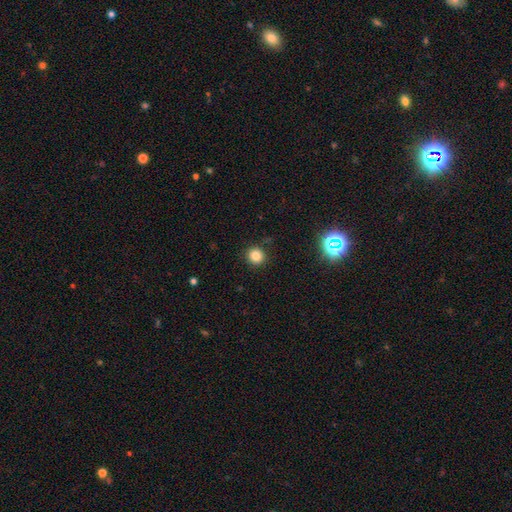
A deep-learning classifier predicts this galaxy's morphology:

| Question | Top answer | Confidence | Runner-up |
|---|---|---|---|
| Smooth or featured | smooth | 82% | star or artifact (13%) |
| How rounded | round | 88% | in between (11%) |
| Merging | none | 90% | minor disturbance (7%) |